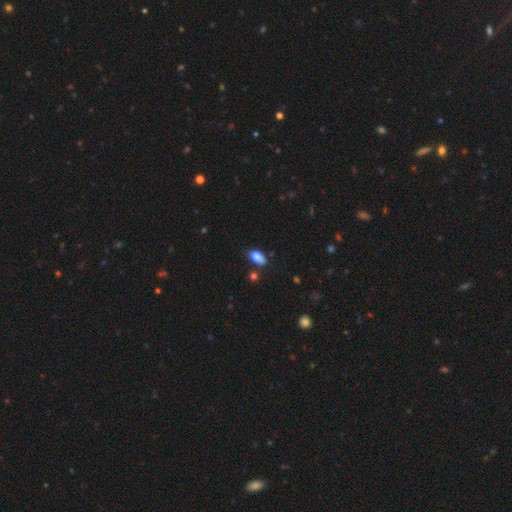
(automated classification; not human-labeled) Q: Smooth or featured?
A: smooth (83%); runner-up: featured or disk (9%)
Q: How rounded?
A: in between (90%); runner-up: cigar-shaped (5%)
Q: Merging?
A: none (71%); runner-up: minor disturbance (21%)